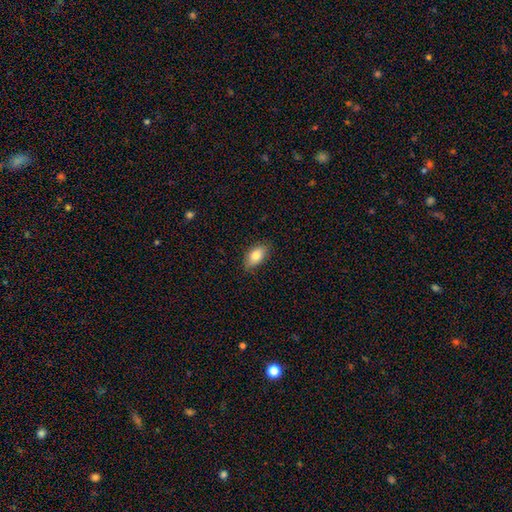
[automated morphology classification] smooth 80%, featured or disk 13%, star or artifact 7%. Down the decision tree: how rounded — in between (89%); merging — none (81%).